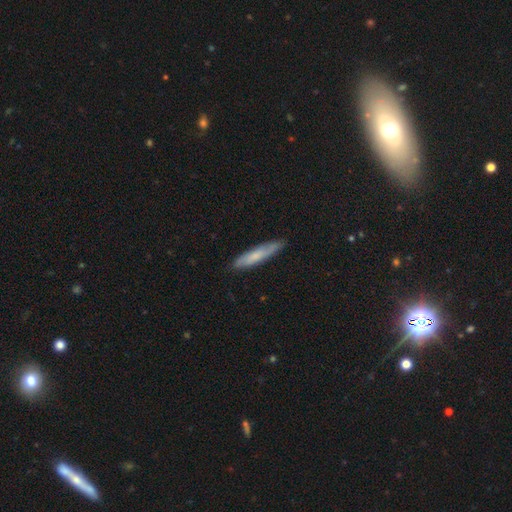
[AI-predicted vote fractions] smooth_or_featured: smooth (p=0.66) [alt: featured or disk p=0.28]
how_rounded: cigar-shaped (p=0.89) [alt: in between p=0.10]
merging: none (p=0.86) [alt: minor disturbance p=0.11]